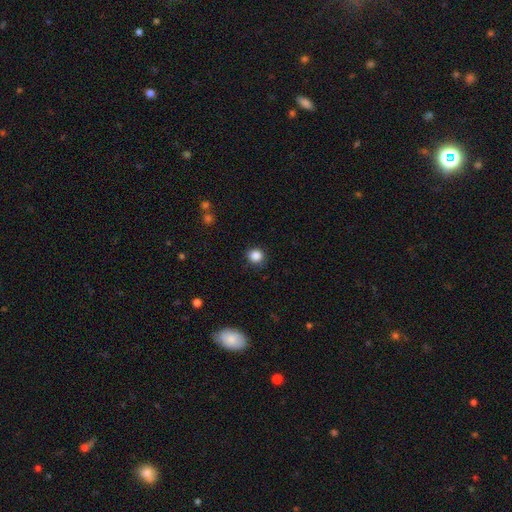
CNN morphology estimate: Smooth or featured: smooth — 86% (star or artifact — 11%)
How rounded: round — 89% (in between — 11%)
Merging: none — 88% (minor disturbance — 8%)